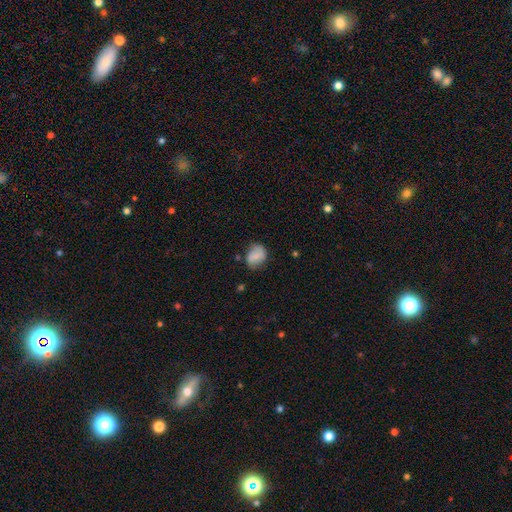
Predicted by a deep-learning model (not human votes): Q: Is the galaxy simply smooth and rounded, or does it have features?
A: smooth — 75%.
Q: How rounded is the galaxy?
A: in between — 57%.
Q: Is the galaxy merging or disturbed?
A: none — 64%.